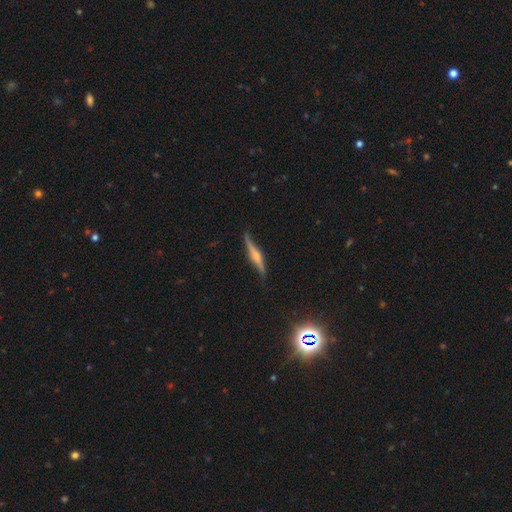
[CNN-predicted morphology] Smooth or featured?
  - featured or disk: 69% *
  - smooth: 24%
  - star or artifact: 6%
Edge-on disk?
  - yes: 93% *
  - no: 7%
Edge-on bulge?
  - rounded: 76% *
  - boxy: 12%
  - none: 12%
Merging?
  - none: 76% *
  - minor disturbance: 19%
  - major disturbance: 4%
  - merger: 2%